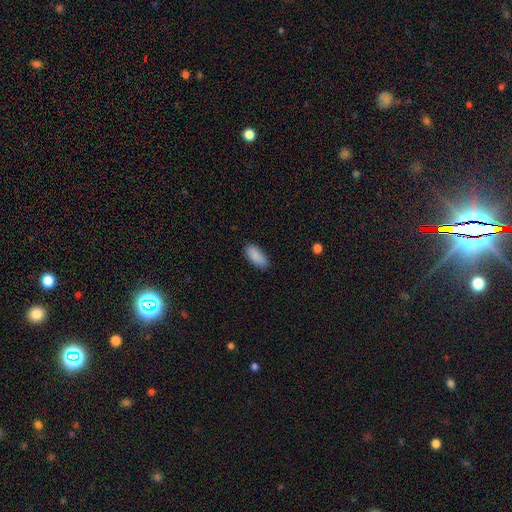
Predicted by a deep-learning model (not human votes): Smooth or featured?
  - smooth: 89% *
  - star or artifact: 7%
  - featured or disk: 4%
How rounded?
  - in between: 87% *
  - cigar-shaped: 11%
  - round: 2%
Merging?
  - none: 86% *
  - minor disturbance: 10%
  - major disturbance: 2%
  - merger: 1%